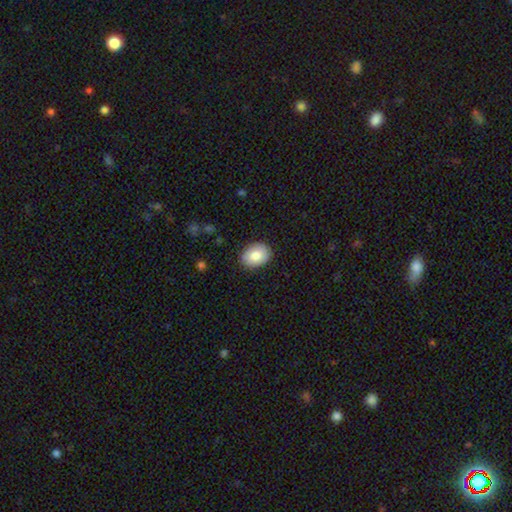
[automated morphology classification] Q: Smooth or featured?
A: smooth (84%); runner-up: featured or disk (10%)
Q: How rounded?
A: in between (77%); runner-up: round (22%)
Q: Merging?
A: none (87%); runner-up: minor disturbance (10%)